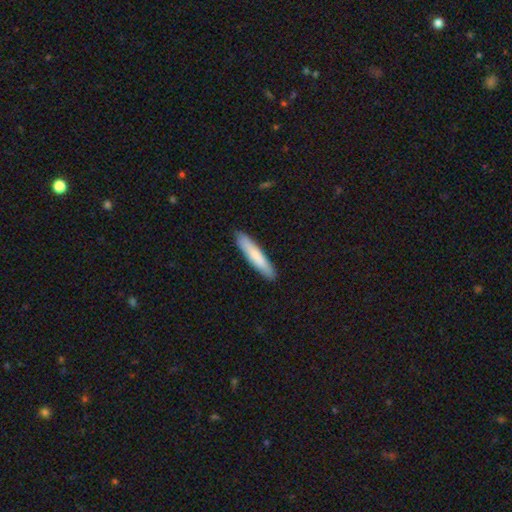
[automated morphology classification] smooth_or_featured: smooth (p=0.77) [alt: featured or disk p=0.17]
how_rounded: cigar-shaped (p=0.90) [alt: in between p=0.09]
merging: none (p=0.89) [alt: minor disturbance p=0.08]